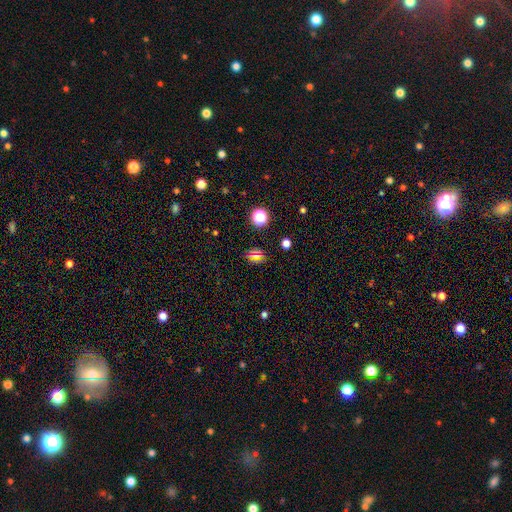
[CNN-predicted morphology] type=star or artifact (46%).